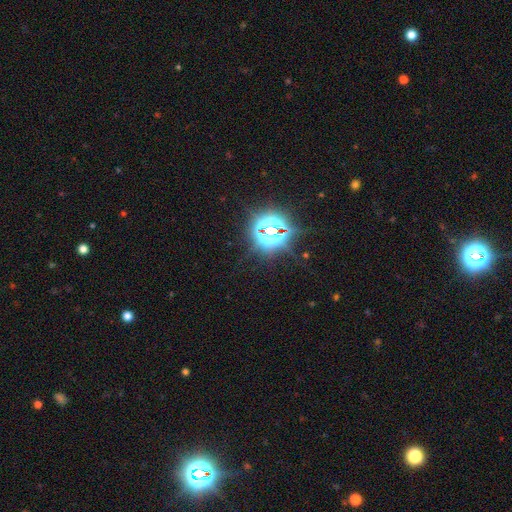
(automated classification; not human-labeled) A star or artifact, not a galaxy (79%).

Vote fractions:
- Smooth or featured? star or artifact: 79% / smooth: 16% / featured or disk: 5%